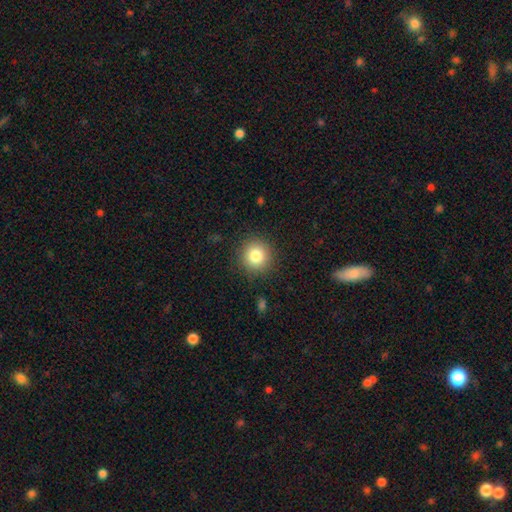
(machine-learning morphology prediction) This appears to be a smooth galaxy with no disk features (82%) that is round (93%). Merging: none (90%).